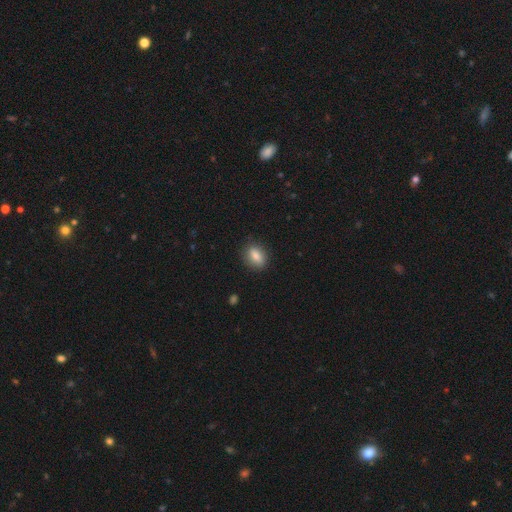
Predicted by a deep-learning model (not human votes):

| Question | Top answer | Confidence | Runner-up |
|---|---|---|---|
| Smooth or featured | smooth | 82% | featured or disk (11%) |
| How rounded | in between | 74% | round (19%) |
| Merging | none | 84% | minor disturbance (12%) |